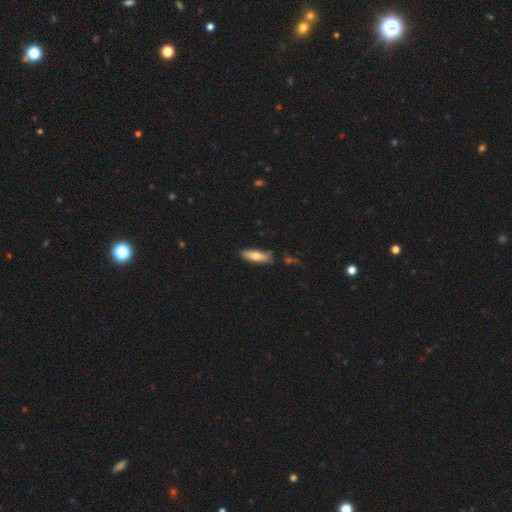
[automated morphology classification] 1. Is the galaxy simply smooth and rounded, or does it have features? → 74% smooth, 20% featured or disk, 6% star or artifact.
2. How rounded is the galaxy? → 50% cigar-shaped, 48% in between, 2% round.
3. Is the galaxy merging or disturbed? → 82% none, 13% minor disturbance, 2% merger, 2% major disturbance.